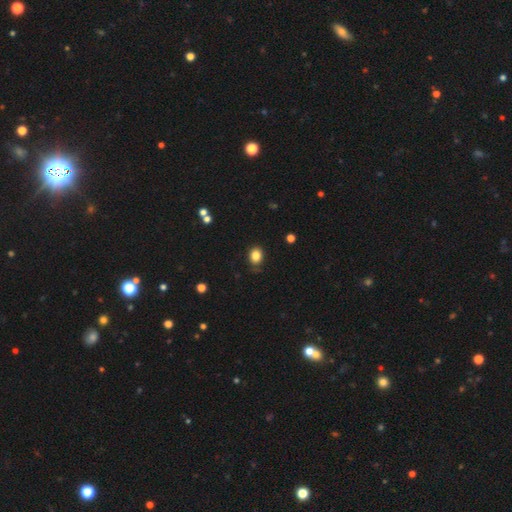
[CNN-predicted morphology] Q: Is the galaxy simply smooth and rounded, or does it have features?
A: smooth — 84%.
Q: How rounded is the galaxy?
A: round — 58%.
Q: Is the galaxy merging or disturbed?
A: none — 80%.